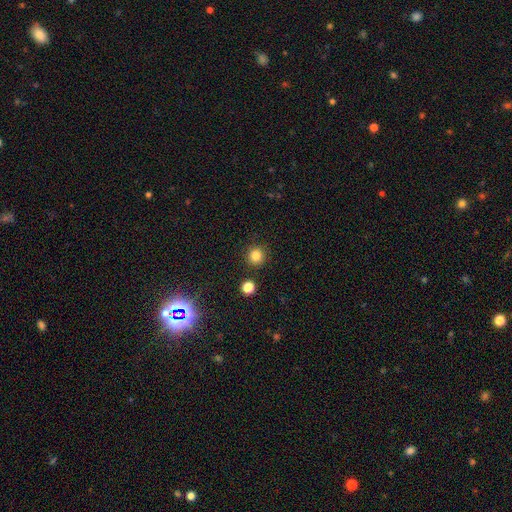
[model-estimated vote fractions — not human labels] smooth_or_featured: smooth (p=0.82) [alt: star or artifact p=0.13]
how_rounded: round (p=0.93) [alt: in between p=0.06]
merging: none (p=0.89) [alt: minor disturbance p=0.06]